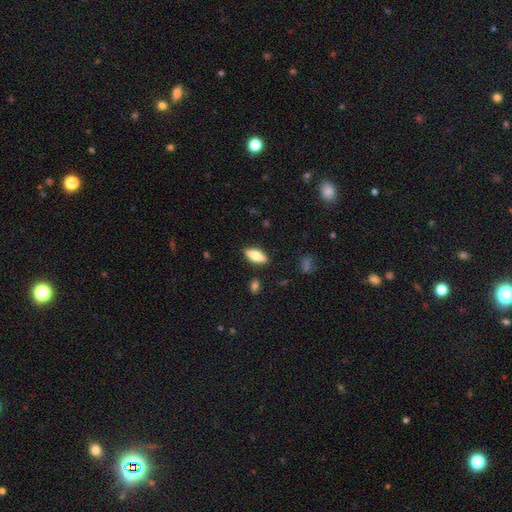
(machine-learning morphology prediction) A smooth galaxy with no disk features (69%) that is in between round and cigar-shaped (76%). Merging: none (87%).